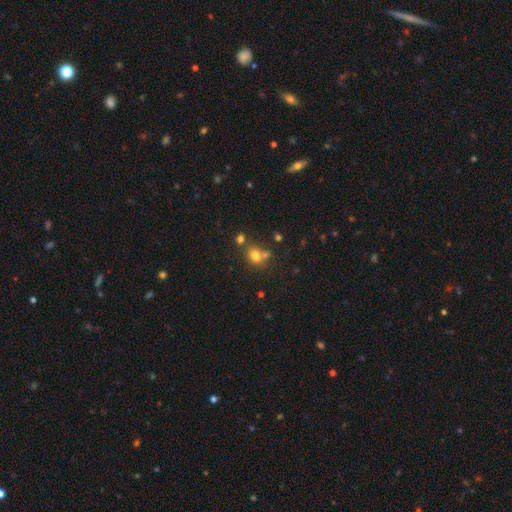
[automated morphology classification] smooth 73%, star or artifact 17%, featured or disk 11%. Down the decision tree: how rounded — round (65%); merging — none (52%).